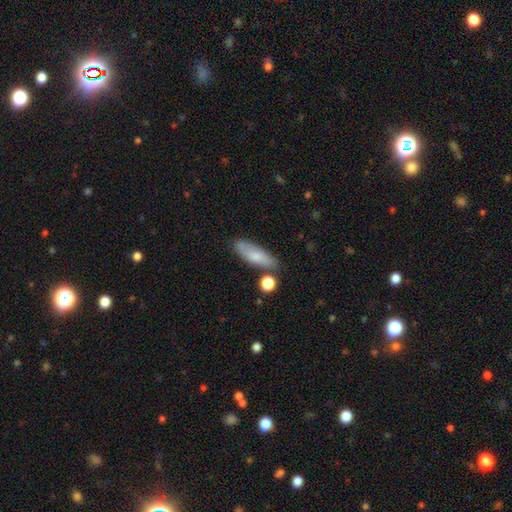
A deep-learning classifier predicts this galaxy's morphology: Smooth or featured: smooth — 74% (featured or disk — 20%)
How rounded: in between — 59% (cigar-shaped — 38%)
Merging: none — 68% (minor disturbance — 19%)